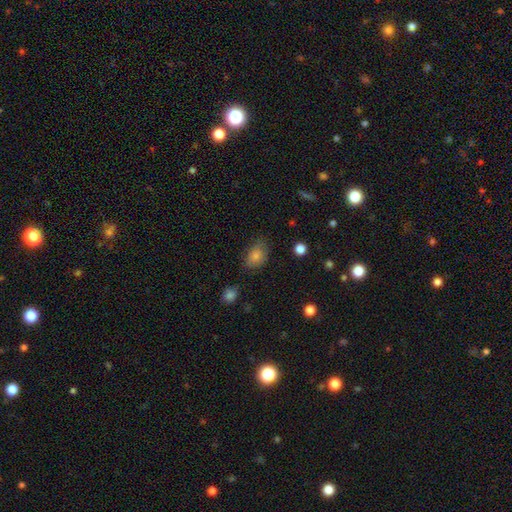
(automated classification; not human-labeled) This is likely a smooth galaxy (75%). How rounded: likely in between (74%). Merging: likely none (70%).